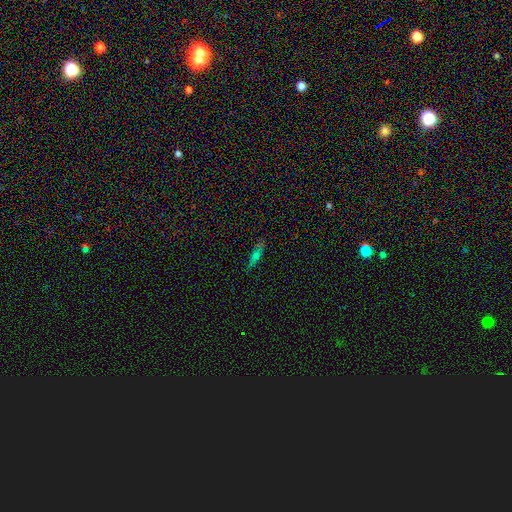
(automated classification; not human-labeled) Q: Smooth or featured?
A: smooth (57%); runner-up: featured or disk (27%)
Q: How rounded?
A: cigar-shaped (64%); runner-up: in between (32%)
Q: Merging?
A: none (78%); runner-up: minor disturbance (15%)